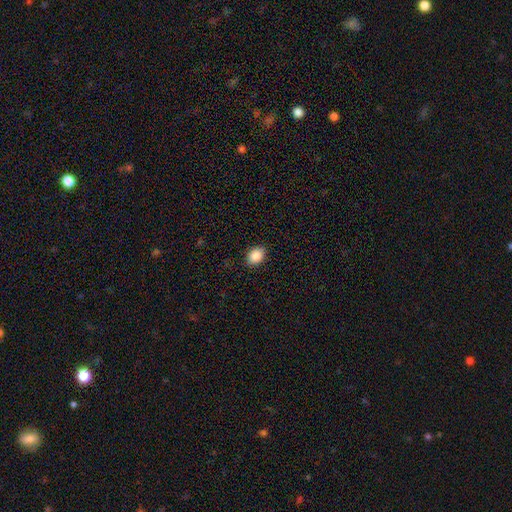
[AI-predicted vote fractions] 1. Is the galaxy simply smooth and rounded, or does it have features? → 89% smooth, 8% star or artifact, 3% featured or disk.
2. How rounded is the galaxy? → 65% in between, 34% round, 1% cigar-shaped.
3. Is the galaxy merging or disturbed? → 87% none, 9% minor disturbance, 2% major disturbance, 1% merger.